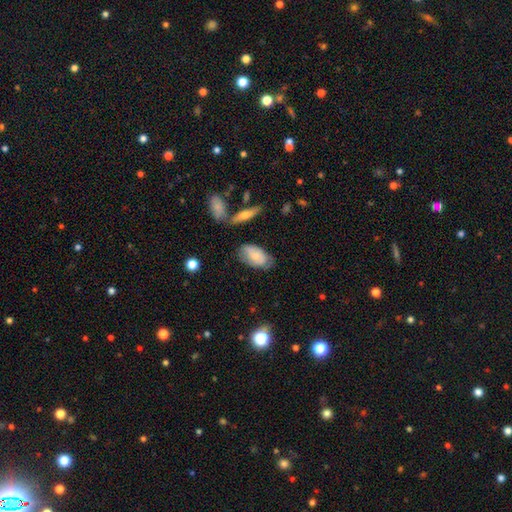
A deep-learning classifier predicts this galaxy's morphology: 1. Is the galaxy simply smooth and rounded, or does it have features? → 63% smooth, 31% featured or disk, 7% star or artifact.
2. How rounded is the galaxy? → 92% in between, 5% round, 3% cigar-shaped.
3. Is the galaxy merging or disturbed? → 61% none, 27% minor disturbance, 8% major disturbance, 4% merger.